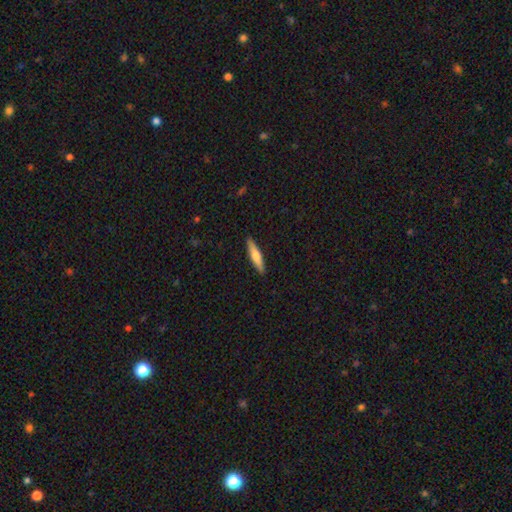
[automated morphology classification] Smooth or featured? smooth (65%)
How rounded? cigar-shaped (85%)
Merging? none (91%)